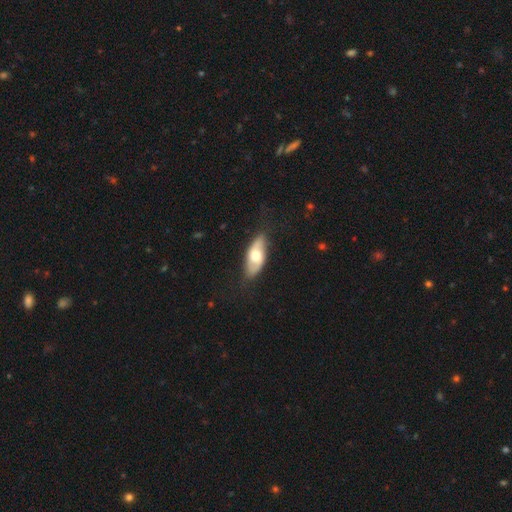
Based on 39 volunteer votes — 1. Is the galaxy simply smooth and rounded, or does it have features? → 54% smooth, 36% featured or disk, 10% star or artifact.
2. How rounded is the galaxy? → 86% in between, 14% cigar-shaped, 0% round.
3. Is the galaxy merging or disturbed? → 57% none, 37% minor disturbance, 3% major disturbance, 3% merger.